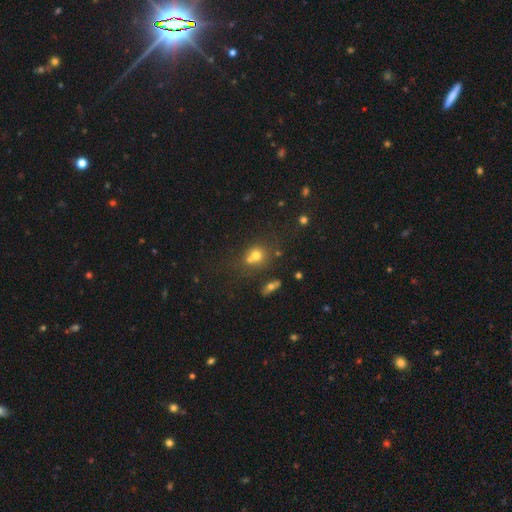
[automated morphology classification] smooth-or-featured: smooth: 68% | star or artifact: 17% | featured or disk: 15%
  how-rounded: round: 76% | in between: 22% | cigar-shaped: 1%
  merging: merger: 43% | none: 42% | minor disturbance: 10% | major disturbance: 5%